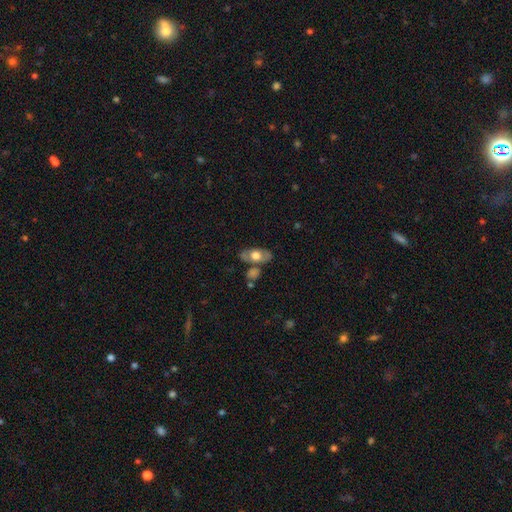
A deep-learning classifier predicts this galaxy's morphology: Overall: smooth (54%; featured or disk 39%). How rounded: in between (85%). Merging: none (68%).